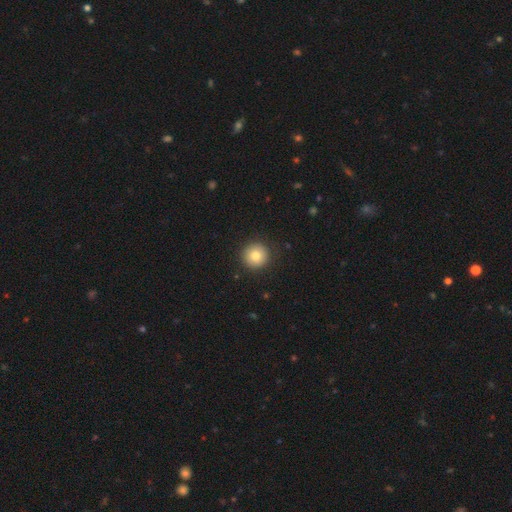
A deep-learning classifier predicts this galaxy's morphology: A smooth galaxy with no disk features (81%) that is round (96%).

Vote fractions:
- Smooth or featured? smooth: 81% / star or artifact: 10% / featured or disk: 9%
- How rounded? round: 96% / in between: 3% / cigar-shaped: 1%
- Merging? none: 91% / minor disturbance: 6% / major disturbance: 2% / merger: 1%